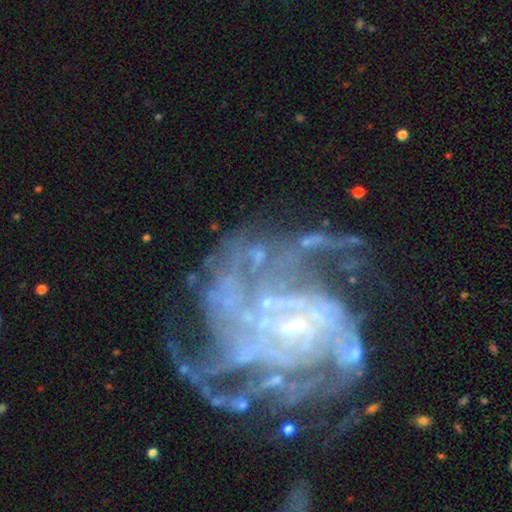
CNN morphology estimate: The model was most divided on "merging": none: 40%, major disturbance: 30%, minor disturbance: 18%, merger: 13%. Remaining: edge-on disk — no (96%); spiral arms — yes (75%); smooth or featured — featured or disk (74%); bulge size — small (60%); bar — no (59%); spiral winding — tight (44%); spiral arm count — can't tell (38%).